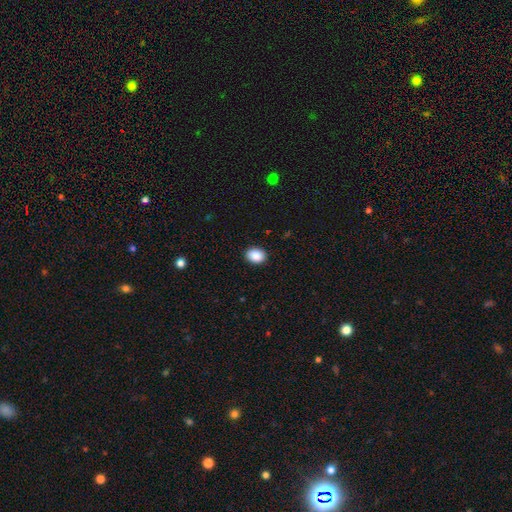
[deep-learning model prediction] smooth_or_featured: smooth (p=0.90) [alt: star or artifact p=0.07]
how_rounded: in between (p=0.68) [alt: round p=0.32]
merging: none (p=0.89) [alt: minor disturbance p=0.08]